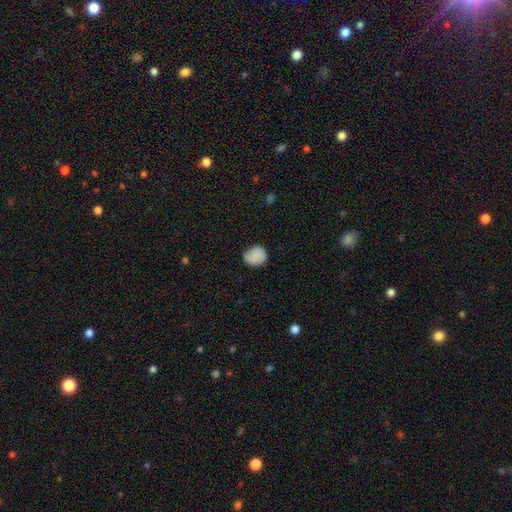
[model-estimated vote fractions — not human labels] A smooth galaxy with no disk features (83%) that is round (71%).

Vote fractions:
- Smooth or featured? smooth: 83% / featured or disk: 9% / star or artifact: 8%
- How rounded? round: 71% / in between: 28% / cigar-shaped: 1%
- Merging? none: 74% / minor disturbance: 21% / major disturbance: 4% / merger: 1%